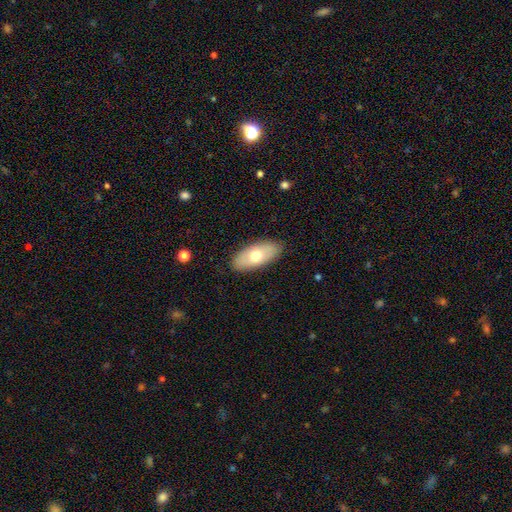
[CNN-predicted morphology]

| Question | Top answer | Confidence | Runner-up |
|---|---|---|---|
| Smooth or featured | smooth | 62% | featured or disk (32%) |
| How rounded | in between | 91% | cigar-shaped (6%) |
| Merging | none | 87% | minor disturbance (10%) |